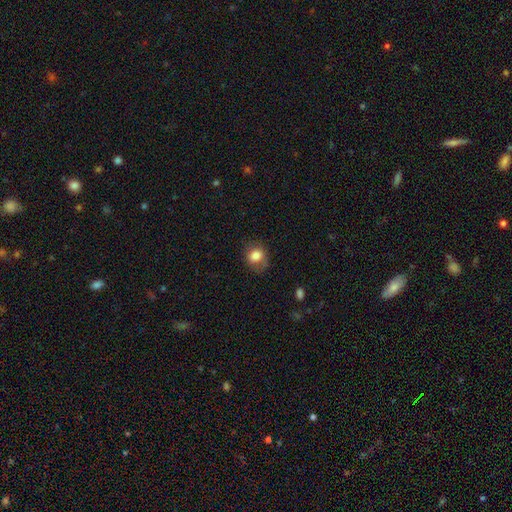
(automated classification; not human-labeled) Smooth or featured: smooth — 81% (featured or disk — 10%)
How rounded: round — 65% (in between — 34%)
Merging: none — 70% (minor disturbance — 21%)